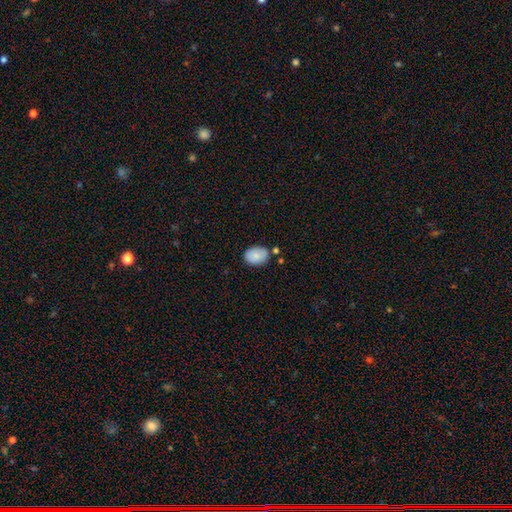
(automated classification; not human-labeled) Smooth or featured?
  - smooth: 85% *
  - featured or disk: 8%
  - star or artifact: 7%
How rounded?
  - in between: 77% *
  - round: 22%
  - cigar-shaped: 1%
Merging?
  - none: 74% *
  - minor disturbance: 16%
  - merger: 7%
  - major disturbance: 3%